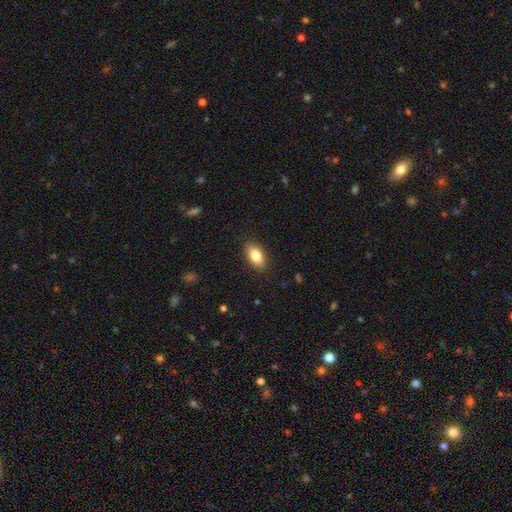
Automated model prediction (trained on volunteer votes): Smooth or featured? smooth (82%)
How rounded? in between (90%)
Merging? none (88%)